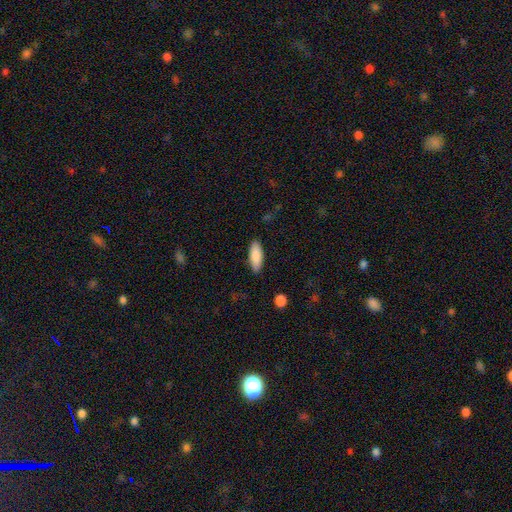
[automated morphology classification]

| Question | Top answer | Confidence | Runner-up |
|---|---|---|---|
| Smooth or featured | smooth | 86% | featured or disk (8%) |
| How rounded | in between | 73% | cigar-shaped (25%) |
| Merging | none | 87% | minor disturbance (9%) |